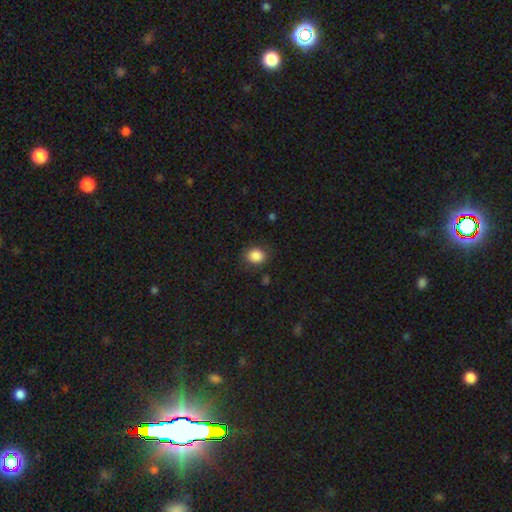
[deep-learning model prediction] Overall: smooth (87%). How rounded: round (64%; in between 35%). Merging: none (83%).